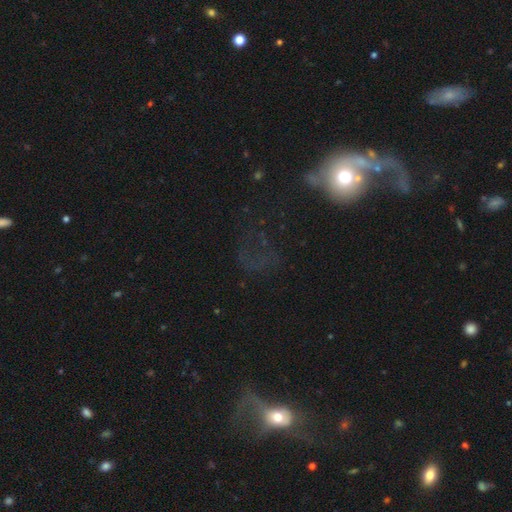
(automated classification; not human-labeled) Smooth or featured? Predicted: featured or disk (p=0.42). Merging? Predicted: major disturbance (p=0.38).